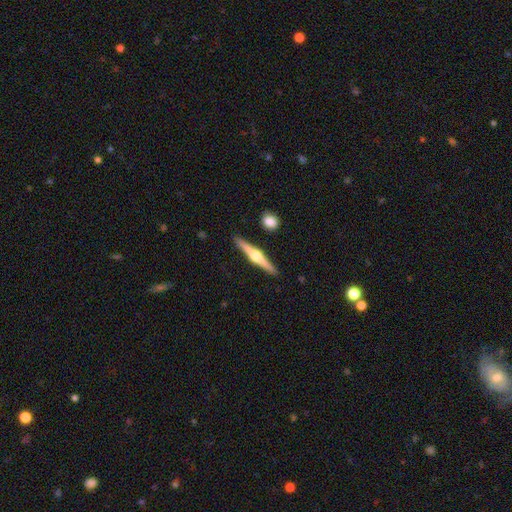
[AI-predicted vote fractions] featured or disk 76%, smooth 19%, star or artifact 5%. Down the decision tree: edge-on disk — yes (98%); edge-on bulge — rounded (93%); merging — none (91%).